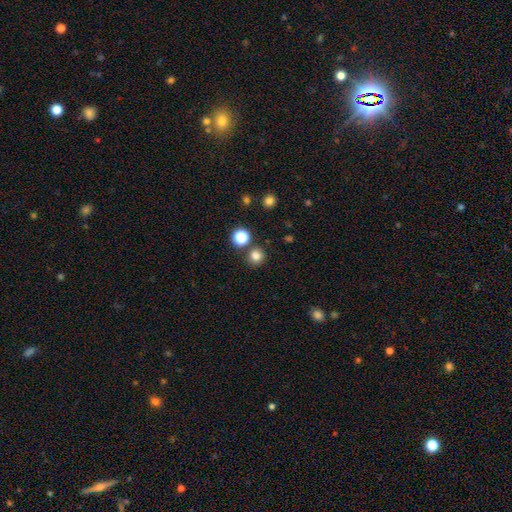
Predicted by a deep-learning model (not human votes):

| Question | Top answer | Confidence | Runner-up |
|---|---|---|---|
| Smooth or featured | smooth | 79% | star or artifact (16%) |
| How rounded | round | 92% | in between (7%) |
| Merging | none | 83% | merger (8%) |